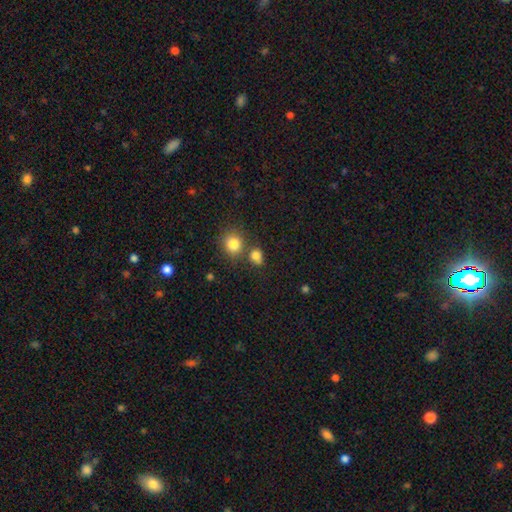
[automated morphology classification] smooth_or_featured: smooth (p=0.80) [alt: star or artifact p=0.14]
how_rounded: round (p=0.63) [alt: in between p=0.36]
merging: none (p=0.59) [alt: merger p=0.24]